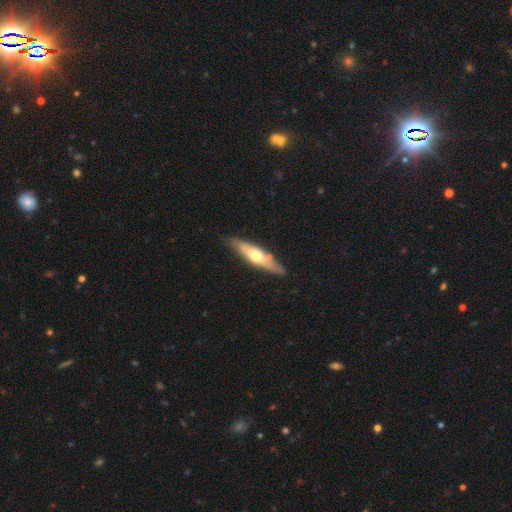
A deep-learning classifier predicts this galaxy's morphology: This is possibly a featured or disk galaxy (50%). Merging: clearly none (80%).